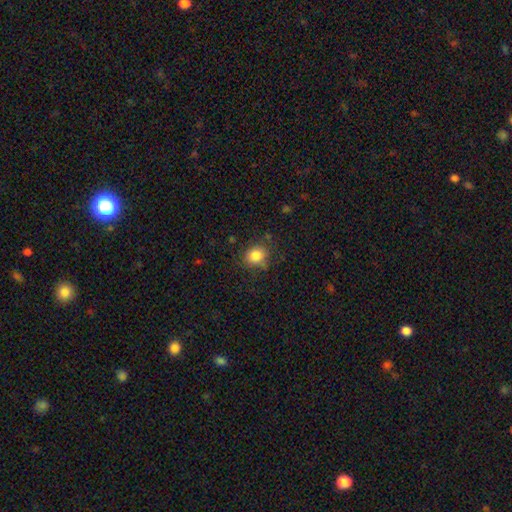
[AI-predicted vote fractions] The model was most divided on "how rounded": round: 63%, in between: 36%, cigar-shaped: 1%. More confident: smooth or featured — smooth (84%); merging — none (76%).